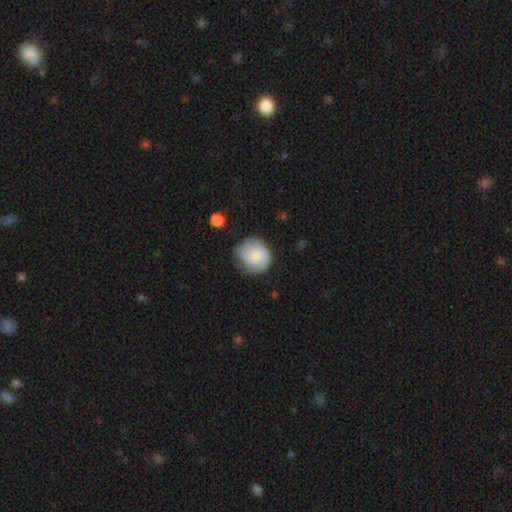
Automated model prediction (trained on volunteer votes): This appears to be a smooth galaxy with no disk features (60%) that is round (82%). Merging: none (66%).